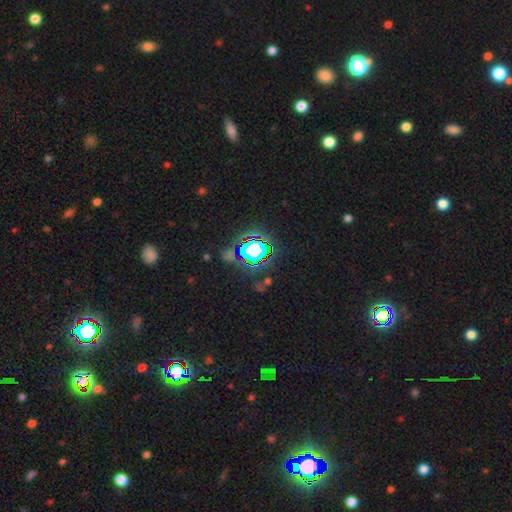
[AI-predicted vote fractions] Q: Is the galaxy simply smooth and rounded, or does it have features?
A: star or artifact — 76%.